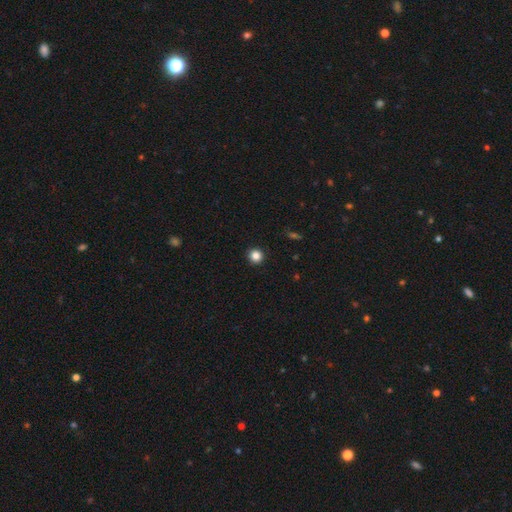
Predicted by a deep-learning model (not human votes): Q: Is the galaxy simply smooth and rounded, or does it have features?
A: smooth — 85%.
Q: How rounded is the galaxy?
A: round — 94%.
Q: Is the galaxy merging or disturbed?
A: none — 93%.